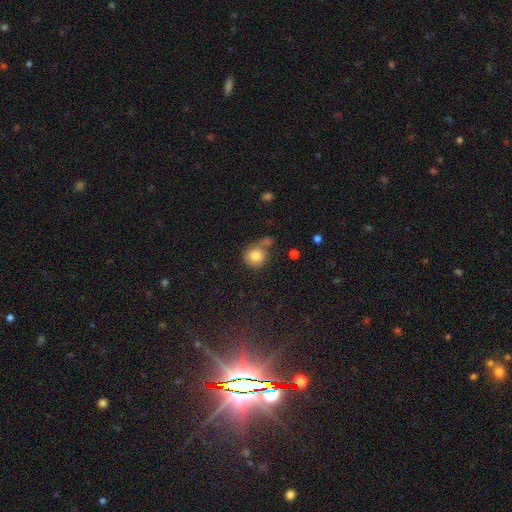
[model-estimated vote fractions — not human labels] The model was most divided on "merging": none: 51%, merger: 24%, minor disturbance: 17%, major disturbance: 8%. More confident: how rounded — round (87%); smooth or featured — smooth (83%).